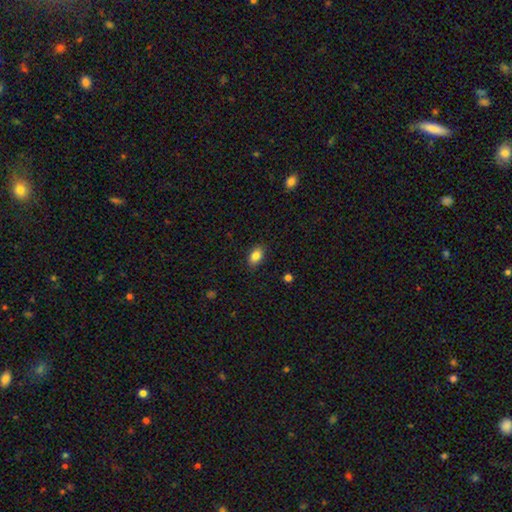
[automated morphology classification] Smooth or featured: smooth — 85% (star or artifact — 8%)
How rounded: in between — 89% (round — 9%)
Merging: none — 87% (minor disturbance — 10%)